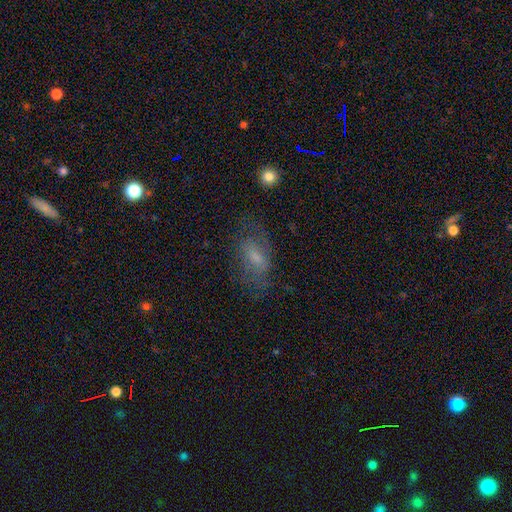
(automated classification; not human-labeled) Smooth or featured: featured or disk — 47% (smooth — 40%)
Merging: none — 62% (minor disturbance — 21%)